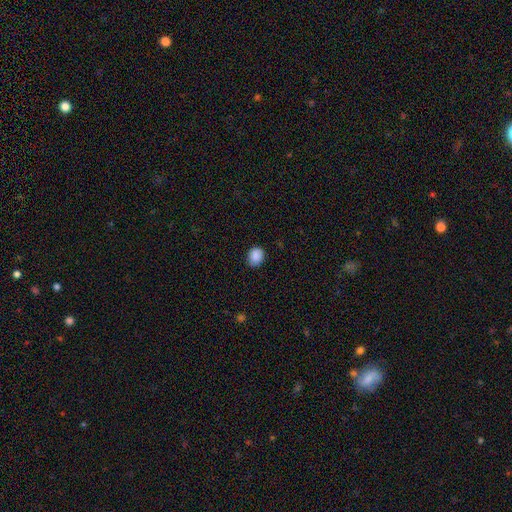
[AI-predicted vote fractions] Smooth or featured: smooth — 88% (star or artifact — 8%)
How rounded: round — 58% (in between — 41%)
Merging: none — 83% (minor disturbance — 13%)